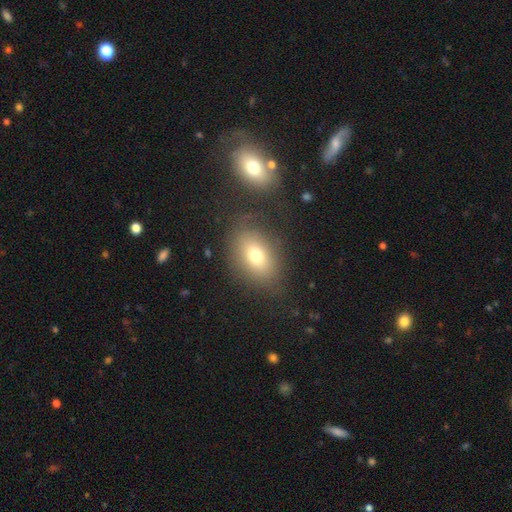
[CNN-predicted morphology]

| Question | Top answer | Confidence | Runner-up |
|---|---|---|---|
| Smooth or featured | smooth | 73% | featured or disk (15%) |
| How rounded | in between | 78% | round (20%) |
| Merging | none | 75% | minor disturbance (14%) |